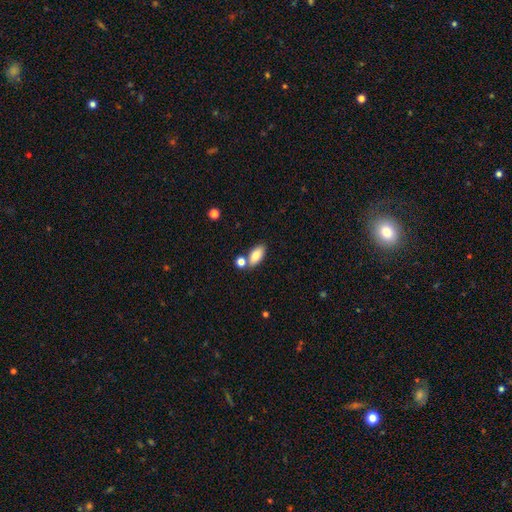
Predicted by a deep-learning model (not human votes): This appears to be a smooth galaxy with no disk features (82%) that is in between round and cigar-shaped (88%). Merging: none (67%).